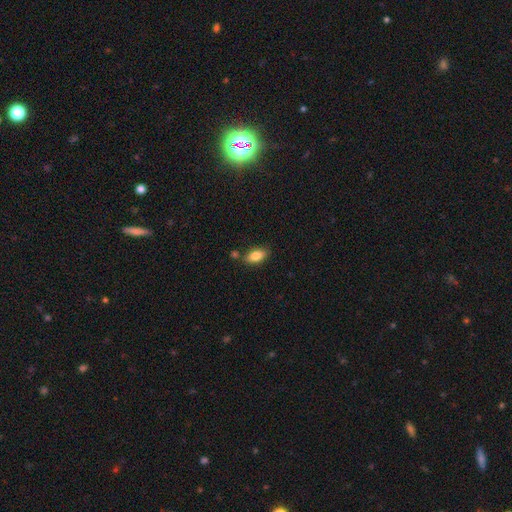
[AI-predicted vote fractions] smooth 84%, featured or disk 8%, star or artifact 7%. Down the decision tree: how rounded — in between (88%); merging — none (77%).